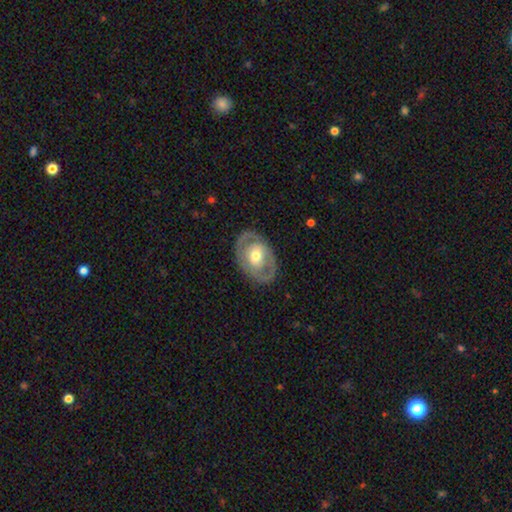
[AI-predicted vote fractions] A featured or disk galaxy (62%) with no bar (69%), no spiral arms (64%) and a moderate central bulge (68%). Merging: none (80%).